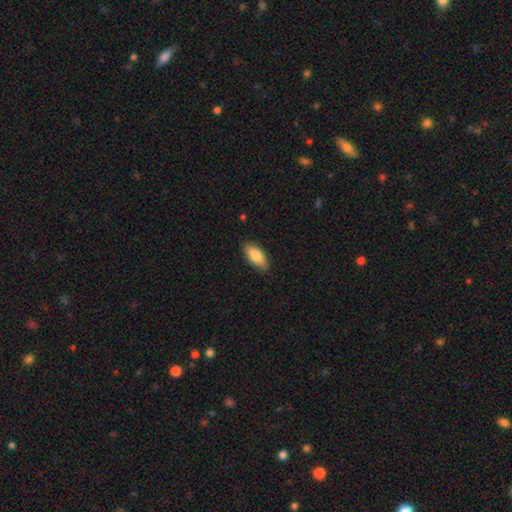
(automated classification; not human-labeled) This appears to be a smooth galaxy with no disk features (82%) that is in between round and cigar-shaped (84%). Merging: none (88%).